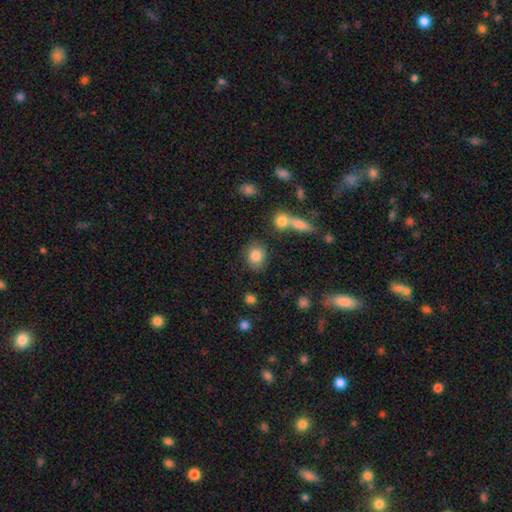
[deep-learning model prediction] The model was most divided on "how rounded": round: 55%, in between: 43%, cigar-shaped: 2%. More confident: smooth or featured — smooth (83%); merging — none (78%).